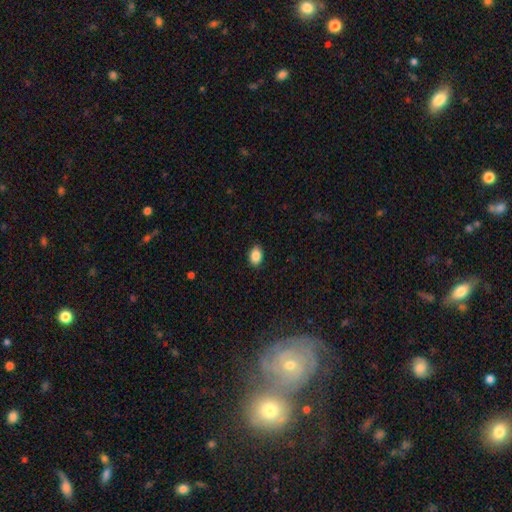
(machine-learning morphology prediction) Q: Smooth or featured?
A: smooth (88%); runner-up: star or artifact (8%)
Q: How rounded?
A: in between (78%); runner-up: round (20%)
Q: Merging?
A: none (87%); runner-up: minor disturbance (10%)